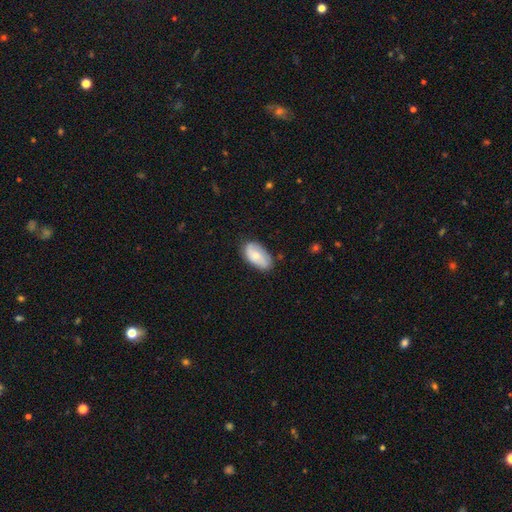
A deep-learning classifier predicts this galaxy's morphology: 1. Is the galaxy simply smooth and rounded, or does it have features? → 64% smooth, 30% featured or disk, 6% star or artifact.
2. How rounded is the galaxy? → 94% in between, 4% round, 2% cigar-shaped.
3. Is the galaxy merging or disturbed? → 72% none, 22% minor disturbance, 4% major disturbance, 2% merger.